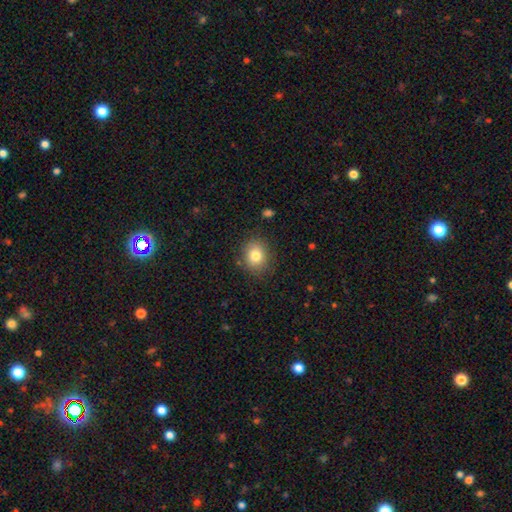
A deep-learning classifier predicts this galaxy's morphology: smooth-or-featured: smooth: 81% | star or artifact: 11% | featured or disk: 9%
  how-rounded: round: 65% | in between: 34% | cigar-shaped: 1%
  merging: none: 85% | minor disturbance: 10% | major disturbance: 3% | merger: 1%